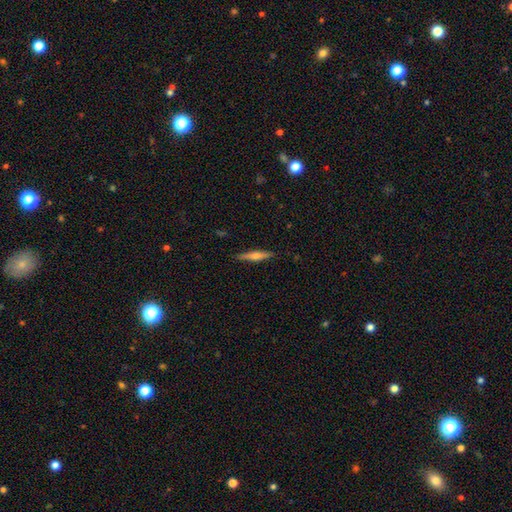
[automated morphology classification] Smooth or featured?
  - featured or disk: 61% *
  - smooth: 33%
  - star or artifact: 6%
Edge-on disk?
  - yes: 97% *
  - no: 3%
Edge-on bulge?
  - rounded: 83% *
  - boxy: 9%
  - none: 8%
Merging?
  - none: 90% *
  - minor disturbance: 7%
  - major disturbance: 2%
  - merger: 1%